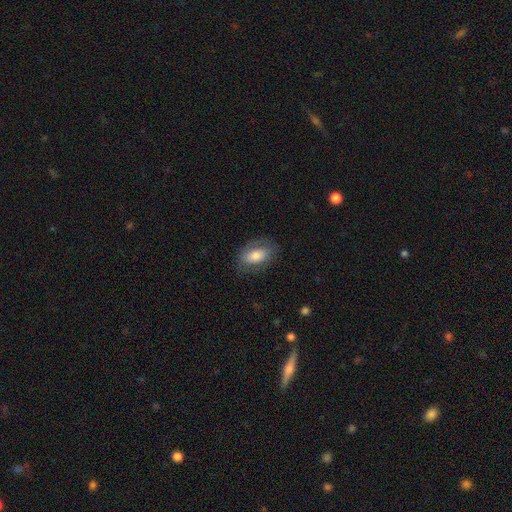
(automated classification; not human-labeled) The model was most divided on "smooth or featured": smooth: 70%, featured or disk: 23%, star or artifact: 7%. More confident: how rounded — in between (90%); merging — none (76%).